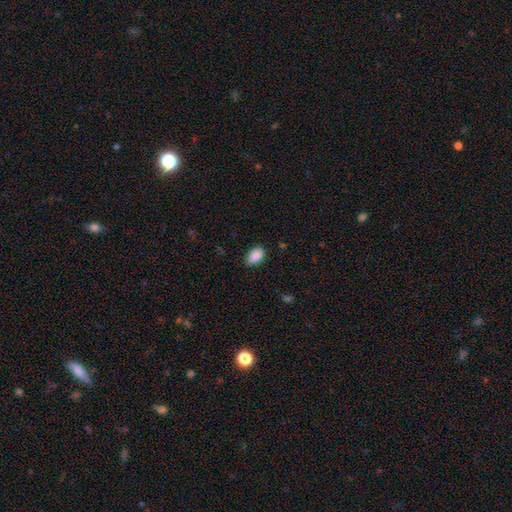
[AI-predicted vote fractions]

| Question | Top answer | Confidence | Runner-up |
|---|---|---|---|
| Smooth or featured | smooth | 89% | star or artifact (7%) |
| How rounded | in between | 91% | round (8%) |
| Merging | none | 79% | minor disturbance (17%) |